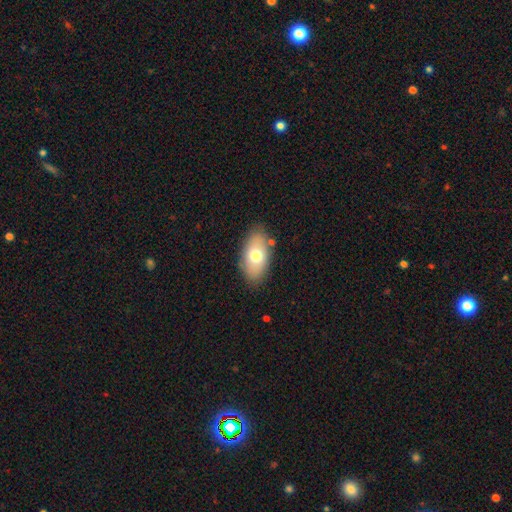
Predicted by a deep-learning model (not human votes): Smooth or featured? smooth (71%)
How rounded? in between (92%)
Merging? none (81%)